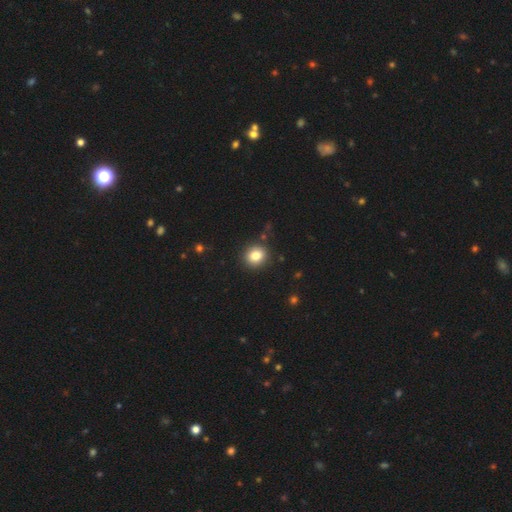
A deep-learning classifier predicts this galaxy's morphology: Smooth or featured? Predicted: smooth (p=0.83). How rounded? Predicted: round (p=0.80). Merging? Predicted: none (p=0.89).